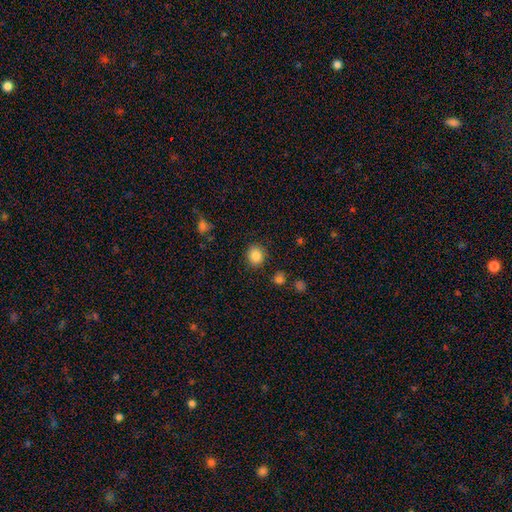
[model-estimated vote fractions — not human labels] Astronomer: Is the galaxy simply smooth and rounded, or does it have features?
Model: smooth — 85%.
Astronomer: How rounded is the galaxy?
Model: round — 83%.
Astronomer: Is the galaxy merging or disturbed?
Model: none — 87%.